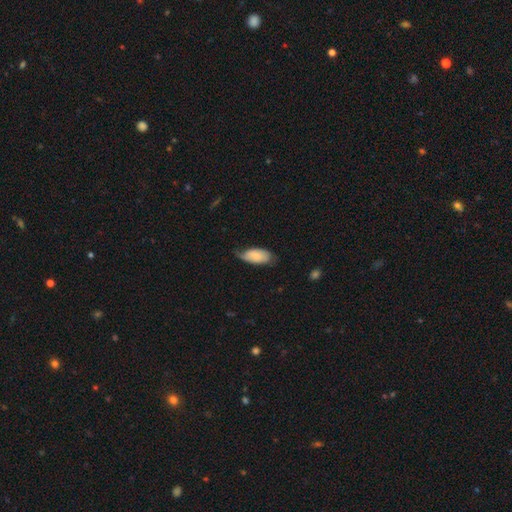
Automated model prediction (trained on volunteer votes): This appears to be a smooth galaxy with no disk features (72%) that is in between round and cigar-shaped (92%). Merging: none (48%).